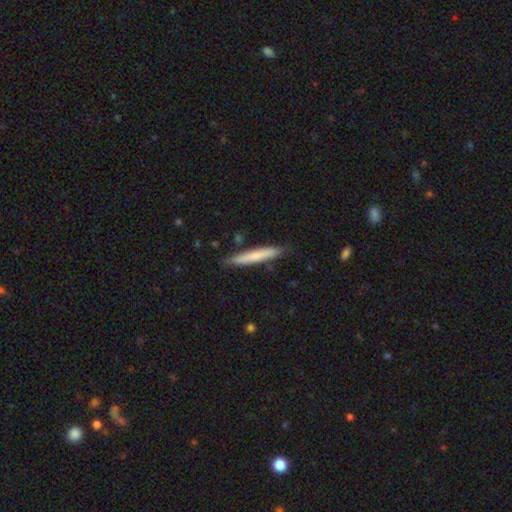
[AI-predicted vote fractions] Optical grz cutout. It shows a smooth galaxy with no disk features (68%) that is cigar-shaped (95%). Merging: none (86%).